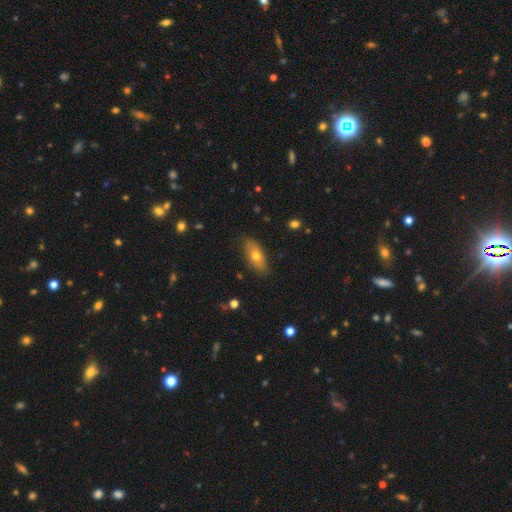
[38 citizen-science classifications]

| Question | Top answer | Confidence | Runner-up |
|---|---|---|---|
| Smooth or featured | smooth | 58% | featured or disk (32%) |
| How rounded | in between | 77% | cigar-shaped (14%) |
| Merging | none | 79% | minor disturbance (9%) |